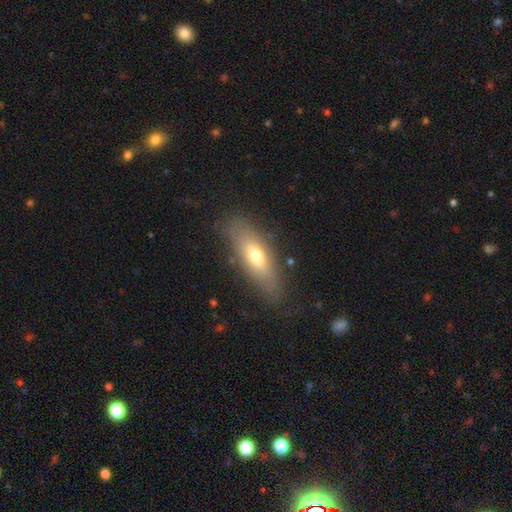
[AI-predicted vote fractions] A smooth galaxy with no disk features (62%) that is in between round and cigar-shaped (60%). Merging: none (79%).